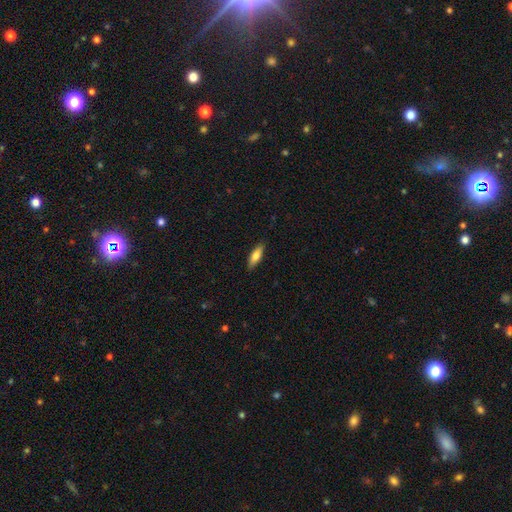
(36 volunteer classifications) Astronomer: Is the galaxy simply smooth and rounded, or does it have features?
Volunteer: smooth — 72%.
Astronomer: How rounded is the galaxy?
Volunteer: cigar-shaped — 65%.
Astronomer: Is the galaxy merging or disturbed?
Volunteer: none — 86%.